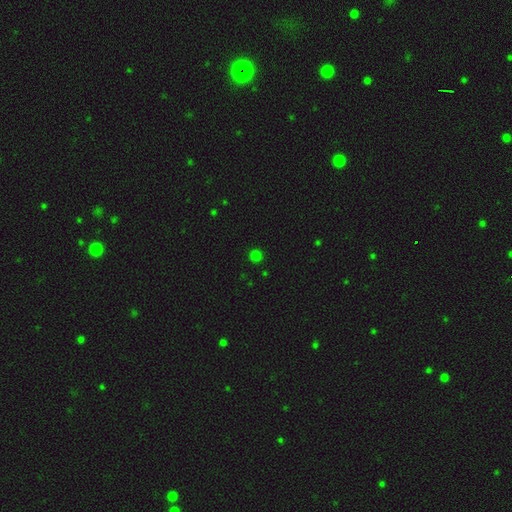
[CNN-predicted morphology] This is likely a smooth galaxy (78%). How rounded: clearly round (94%). Merging: clearly none (91%).